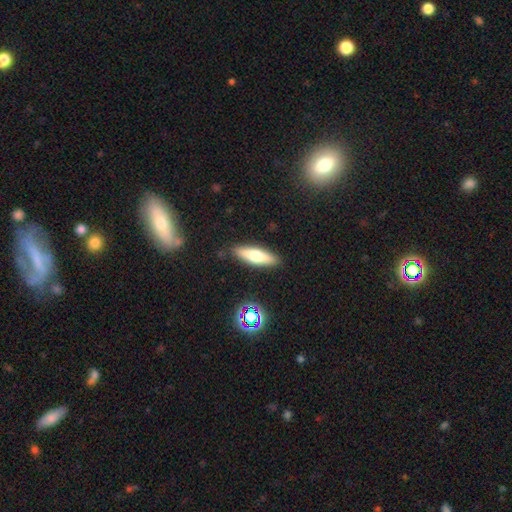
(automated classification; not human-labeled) This is likely a smooth galaxy (60%). How rounded: possibly cigar-shaped (59%). Merging: clearly none (88%).